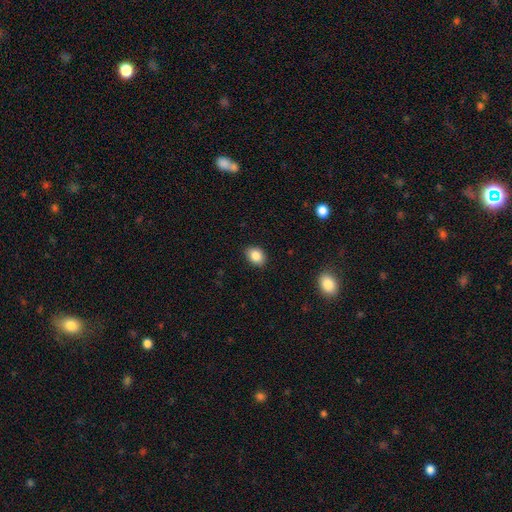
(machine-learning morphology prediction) Overall: smooth (86%). How rounded: in between (68%; round 31%). Merging: none (88%).